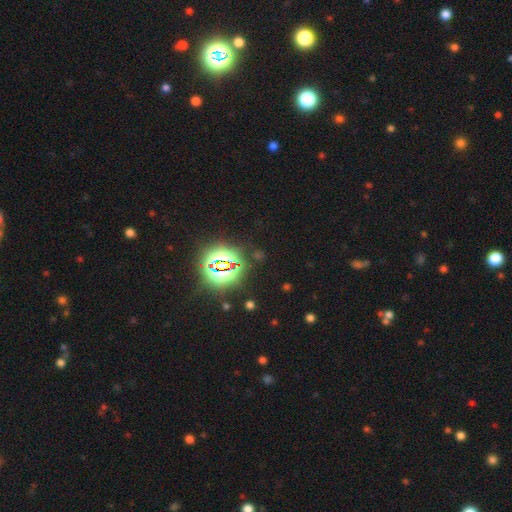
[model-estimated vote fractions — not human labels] Morphology: type=star or artifact (78%).